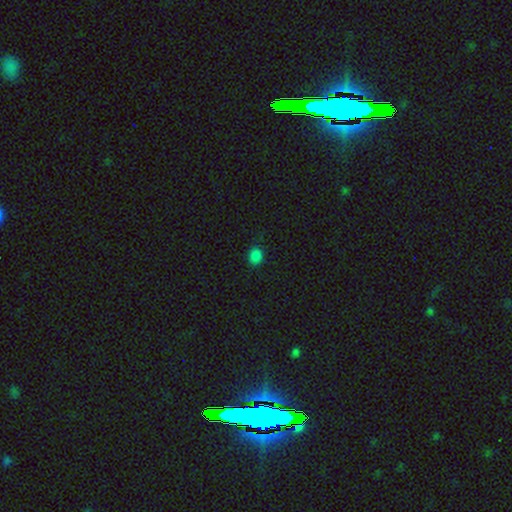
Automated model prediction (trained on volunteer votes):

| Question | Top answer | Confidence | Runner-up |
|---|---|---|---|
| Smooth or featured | smooth | 82% | star or artifact (15%) |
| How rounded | round | 63% | in between (36%) |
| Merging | none | 86% | minor disturbance (11%) |